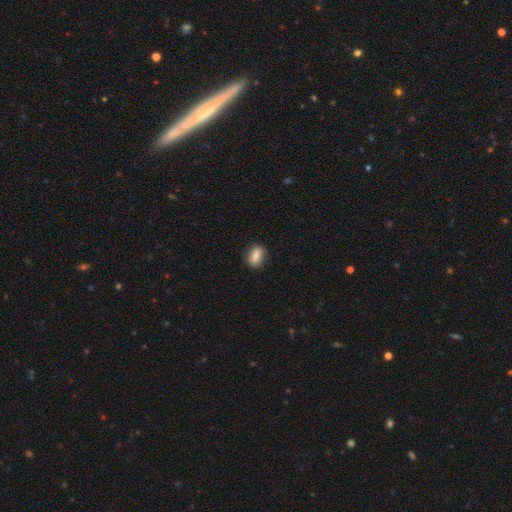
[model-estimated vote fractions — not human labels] Smooth or featured? smooth (78%)
How rounded? in between (73%)
Merging? none (83%)